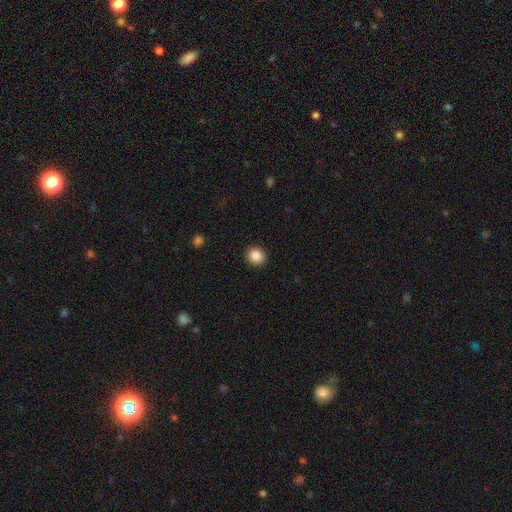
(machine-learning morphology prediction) This appears to be a smooth galaxy with no disk features (87%) that is round (75%). Merging: none (91%).